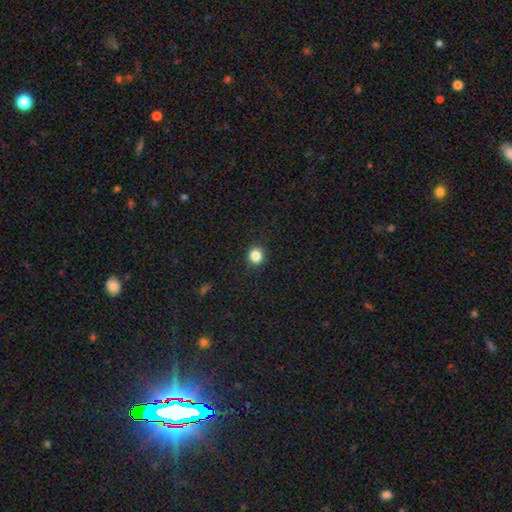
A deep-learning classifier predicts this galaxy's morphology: Smooth or featured? Predicted: smooth (p=0.85). How rounded? Predicted: round (p=0.88). Merging? Predicted: none (p=0.91).